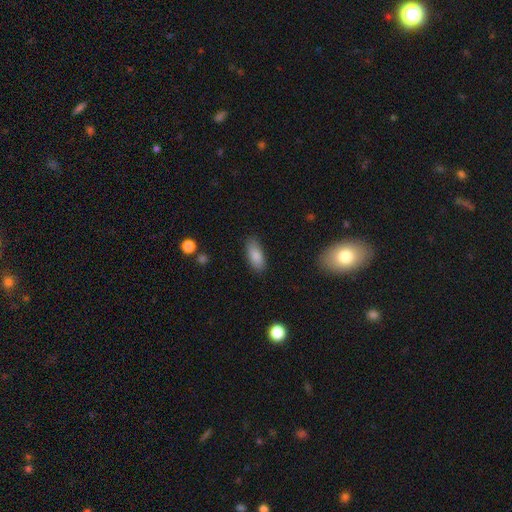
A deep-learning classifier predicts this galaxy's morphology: Smooth or featured?
  - smooth: 86% *
  - featured or disk: 7%
  - star or artifact: 7%
How rounded?
  - in between: 82% *
  - cigar-shaped: 15%
  - round: 2%
Merging?
  - none: 85% *
  - minor disturbance: 11%
  - major disturbance: 3%
  - merger: 1%